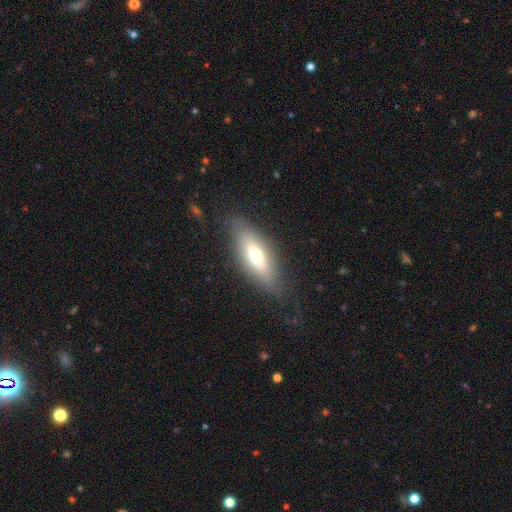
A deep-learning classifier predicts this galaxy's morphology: smooth 56%, featured or disk 37%, star or artifact 7%. Down the decision tree: how rounded — in between (65%); merging — none (76%).